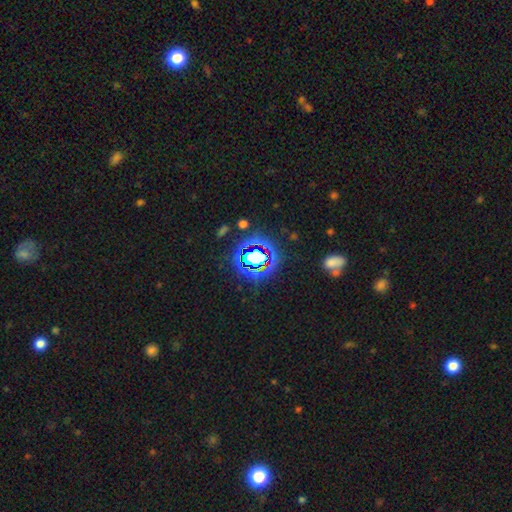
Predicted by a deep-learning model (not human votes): This appears to be a star or artifact, not a galaxy (69%).